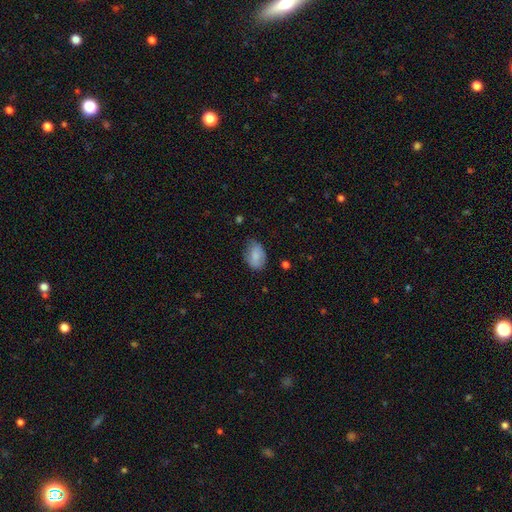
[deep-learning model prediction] smooth_or_featured: smooth (p=0.80) [alt: featured or disk p=0.13]
how_rounded: in between (p=0.85) [alt: round p=0.13]
merging: none (p=0.61) [alt: minor disturbance p=0.31]